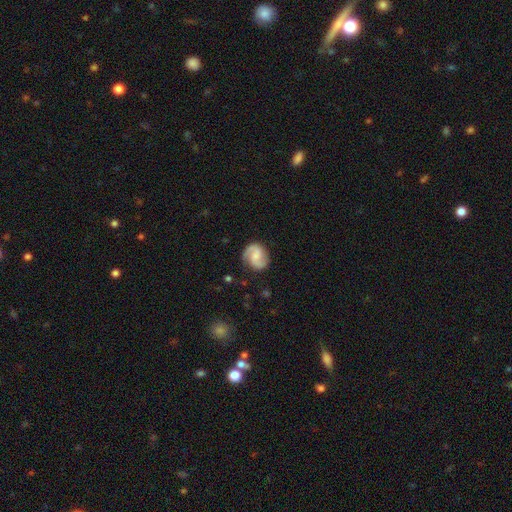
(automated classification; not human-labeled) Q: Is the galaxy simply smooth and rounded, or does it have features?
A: featured or disk — 80%.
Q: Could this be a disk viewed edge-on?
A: no — 98%.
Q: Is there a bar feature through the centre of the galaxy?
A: weak — 46%.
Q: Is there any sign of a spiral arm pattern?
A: yes — 97%.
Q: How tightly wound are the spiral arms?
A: medium — 51%.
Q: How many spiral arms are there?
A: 2 — 91%.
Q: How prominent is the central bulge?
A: none — 34%.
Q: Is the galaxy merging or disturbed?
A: none — 82%.